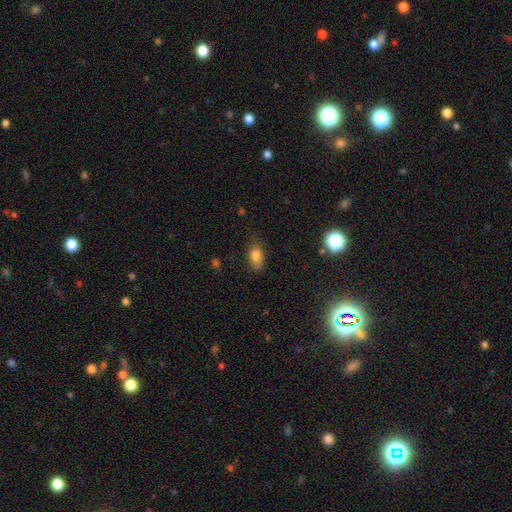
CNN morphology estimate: Q: Smooth or featured?
A: smooth (79%); runner-up: star or artifact (11%)
Q: How rounded?
A: in between (83%); runner-up: round (10%)
Q: Merging?
A: none (71%); runner-up: minor disturbance (22%)